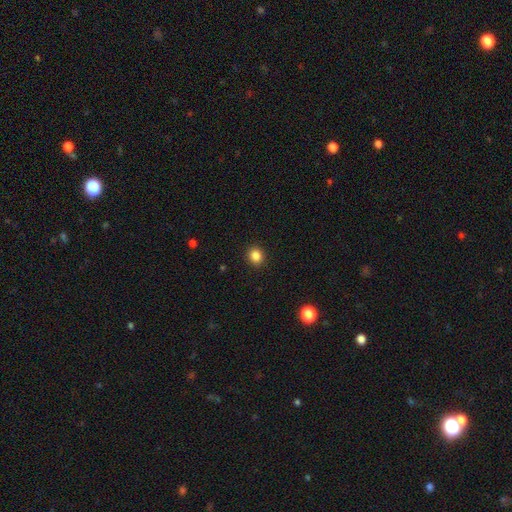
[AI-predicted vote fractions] smooth 85%, star or artifact 11%, featured or disk 4%. Down the decision tree: how rounded — round (84%); merging — none (92%).